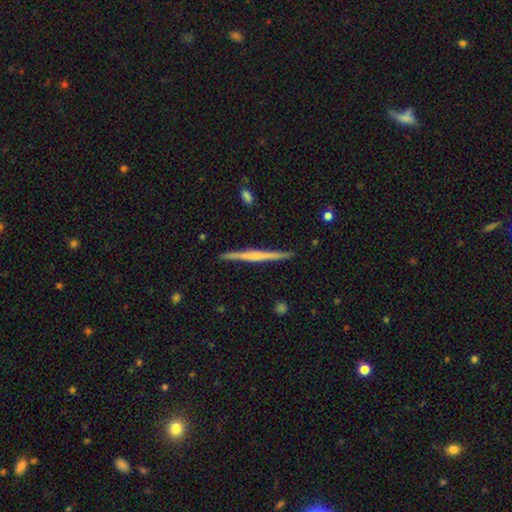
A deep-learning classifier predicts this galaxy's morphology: Smooth or featured? featured or disk (63%)
Edge-on disk? yes (98%)
Edge-on bulge? none (54%)
Merging? none (91%)